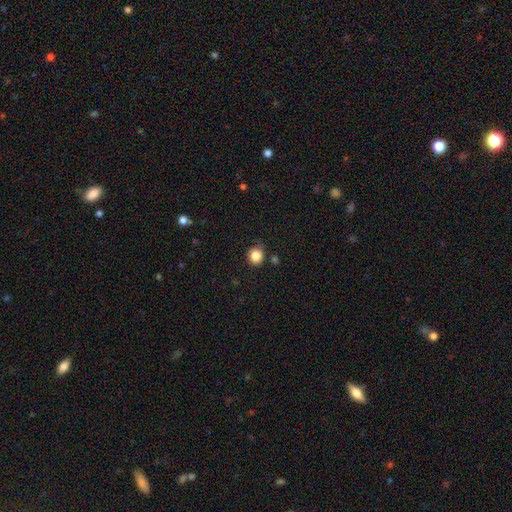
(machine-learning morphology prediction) This appears to be a smooth galaxy with no disk features (85%) that is round (85%). Merging: none (79%).